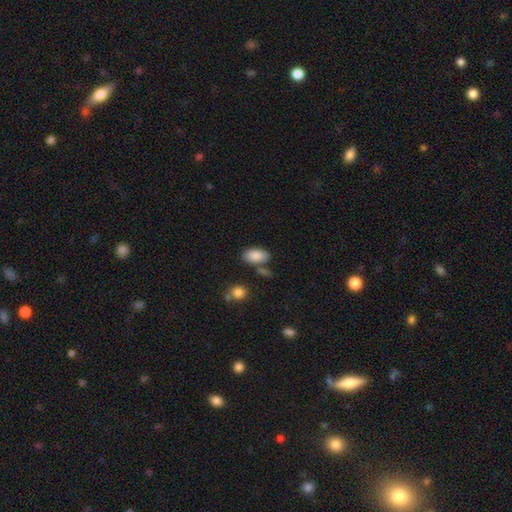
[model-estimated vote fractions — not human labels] smooth_or_featured: smooth (p=0.87) [alt: star or artifact p=0.07]
how_rounded: in between (p=0.93) [alt: round p=0.05]
merging: none (p=0.71) [alt: minor disturbance p=0.15]